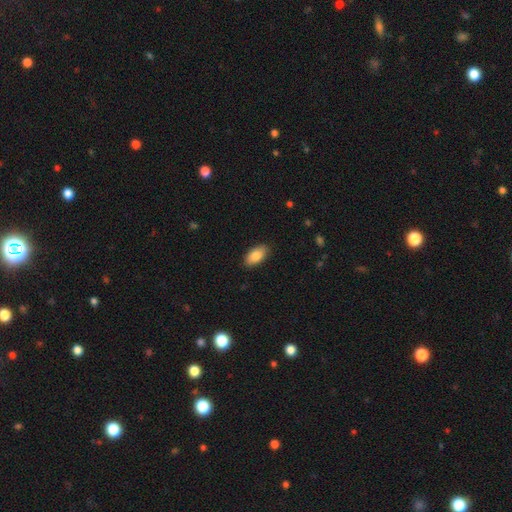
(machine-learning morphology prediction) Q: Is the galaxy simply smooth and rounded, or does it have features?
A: smooth — 86%.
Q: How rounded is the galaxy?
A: in between — 93%.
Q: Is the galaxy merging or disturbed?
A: none — 87%.